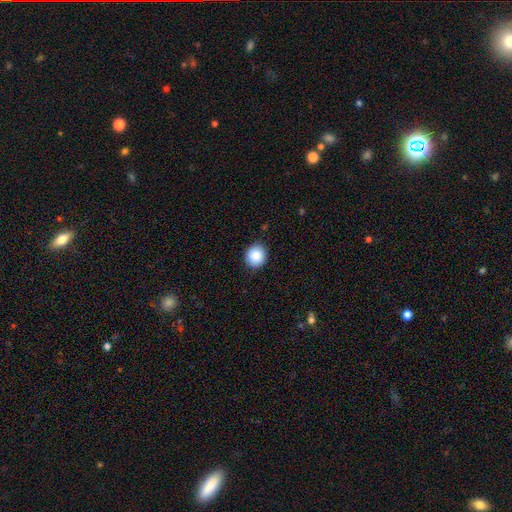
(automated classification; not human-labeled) Smooth or featured: smooth — 87% (star or artifact — 8%)
How rounded: round — 87% (in between — 12%)
Merging: none — 89% (minor disturbance — 8%)